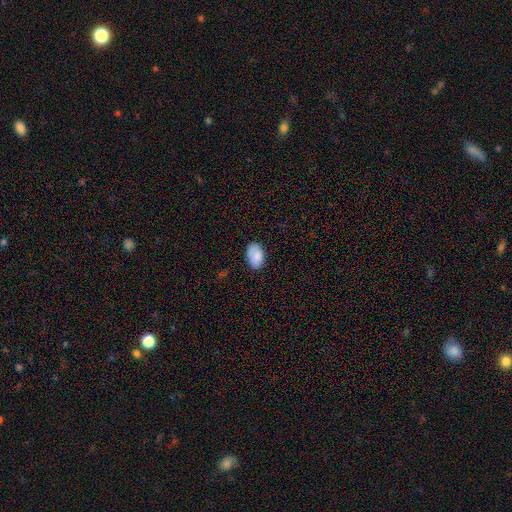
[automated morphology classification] Smooth or featured? Predicted: smooth (p=0.86). How rounded? Predicted: in between (p=0.91). Merging? Predicted: none (p=0.79).